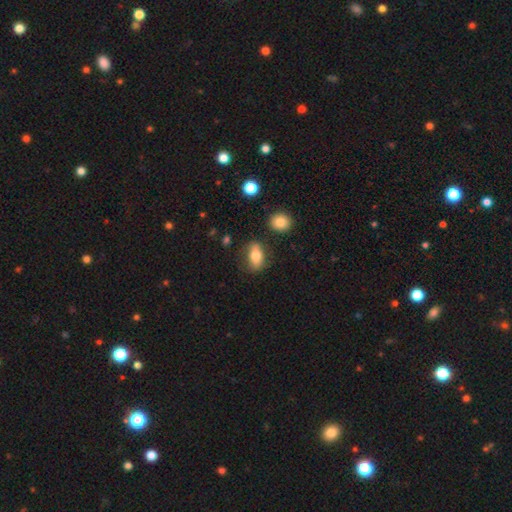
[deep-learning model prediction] Overall: smooth (72%). How rounded: in between (82%). Merging: none (76%).